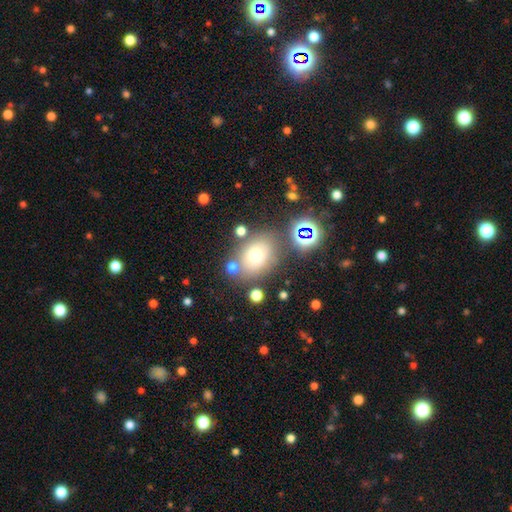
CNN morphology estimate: Smooth or featured? smooth (61%)
How rounded? in between (61%)
Merging? none (73%)